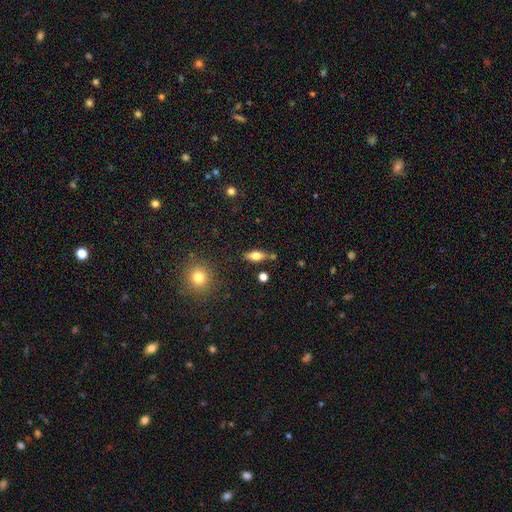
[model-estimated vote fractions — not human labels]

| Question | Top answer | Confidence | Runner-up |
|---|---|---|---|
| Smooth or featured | smooth | 64% | featured or disk (28%) |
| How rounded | in between | 75% | cigar-shaped (21%) |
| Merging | none | 76% | minor disturbance (13%) |